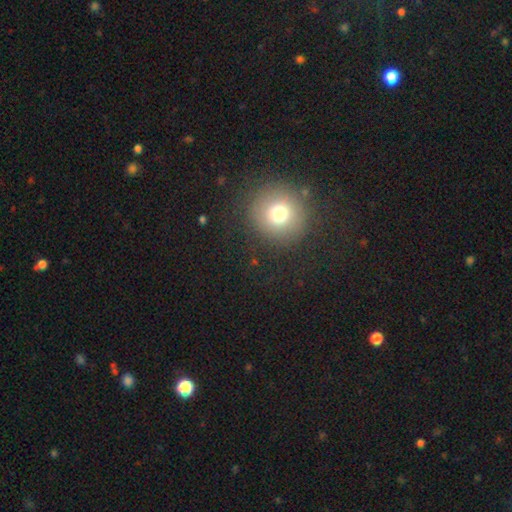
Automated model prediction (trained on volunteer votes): Smooth or featured: smooth — 60% (star or artifact — 29%)
How rounded: round — 93% (in between — 6%)
Merging: none — 90% (minor disturbance — 6%)